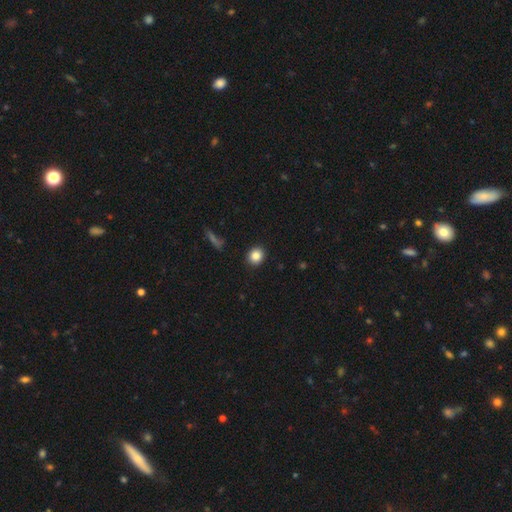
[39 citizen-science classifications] Volunteers were most divided on "how rounded": round: 83%, in between: 17%, cigar-shaped: 0%. More confident: smooth or featured — smooth (92%); merging — none (89%).